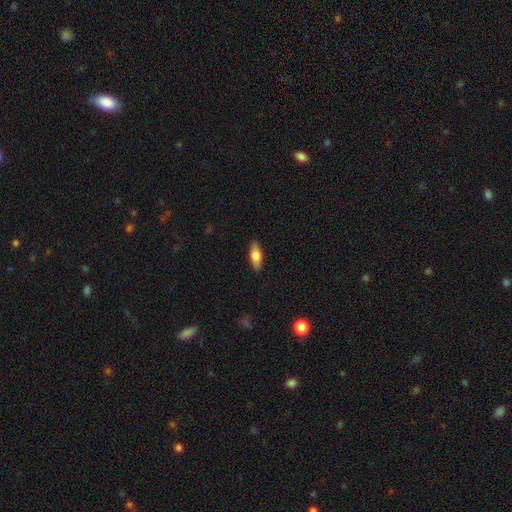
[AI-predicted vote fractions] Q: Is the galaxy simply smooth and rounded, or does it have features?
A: smooth — 71%.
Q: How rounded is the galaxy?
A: in between — 72%.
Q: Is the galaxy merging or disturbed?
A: none — 89%.